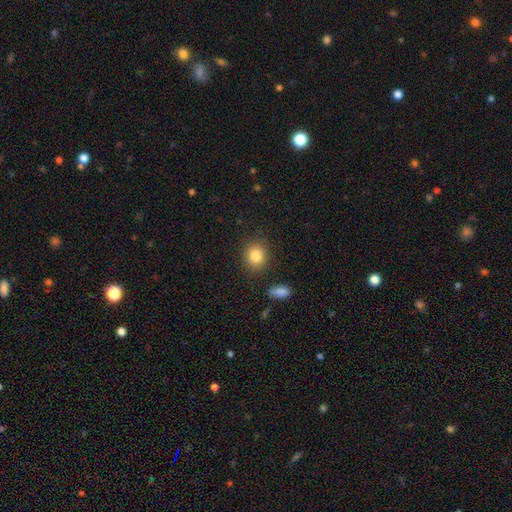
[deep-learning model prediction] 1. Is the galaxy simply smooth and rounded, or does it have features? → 84% smooth, 10% star or artifact, 6% featured or disk.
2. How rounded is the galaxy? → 71% round, 28% in between, 1% cigar-shaped.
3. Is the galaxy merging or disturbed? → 86% none, 9% minor disturbance, 3% major disturbance, 2% merger.